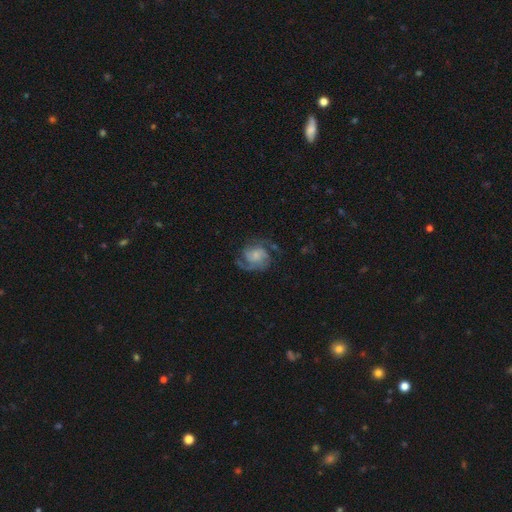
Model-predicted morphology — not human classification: Smooth or featured: featured or disk — 79% (smooth — 15%)
Edge-on disk: no — 98% (yes — 2%)
Bar: no — 65% (weak — 29%)
Spiral arms: yes — 95% (no — 5%)
Spiral winding: medium — 50% (tight — 28%)
Spiral arm count: 2 — 58% (3 — 17%)
Bulge size: small — 41% (moderate — 24%)
Merging: none — 64% (minor disturbance — 18%)